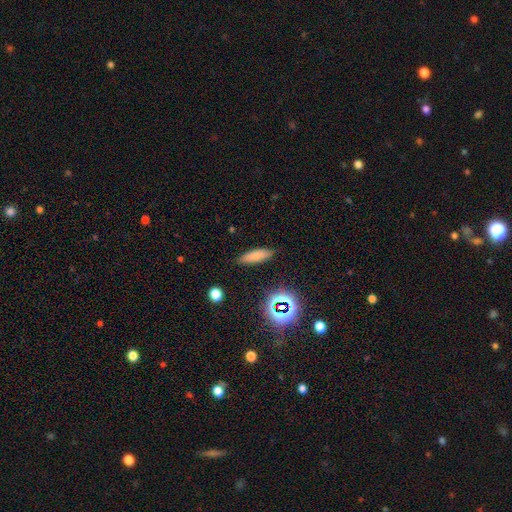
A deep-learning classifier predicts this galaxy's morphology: Q: Smooth or featured?
A: smooth (74%); runner-up: star or artifact (13%)
Q: How rounded?
A: in between (49%); runner-up: cigar-shaped (48%)
Q: Merging?
A: none (85%); runner-up: minor disturbance (10%)